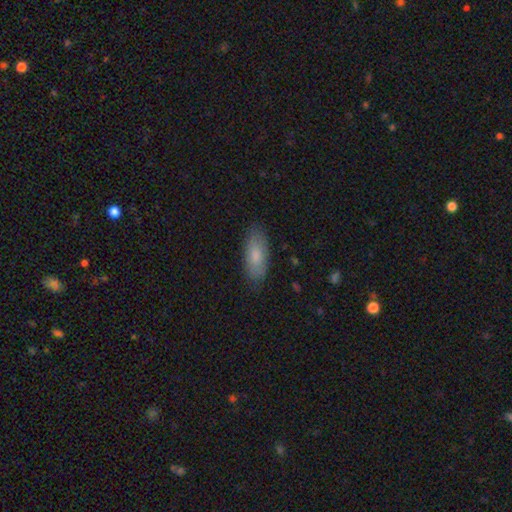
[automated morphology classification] This appears to be a smooth galaxy with no disk features (80%) that is in between round and cigar-shaped (81%). Merging: none (83%).